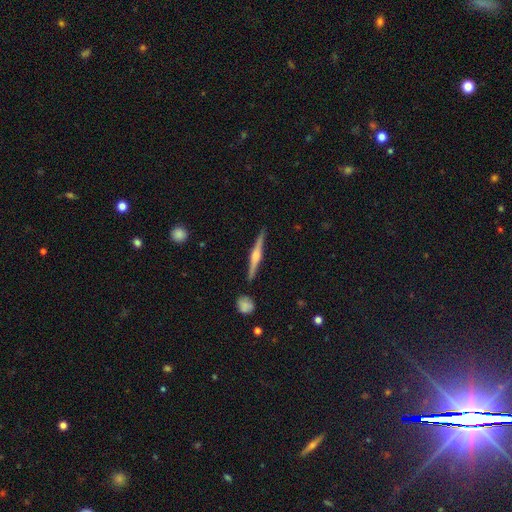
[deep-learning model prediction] A featured or disk galaxy (76%) viewed edge-on (98%) with a rounded central bulge (78%). Merging: none (89%).